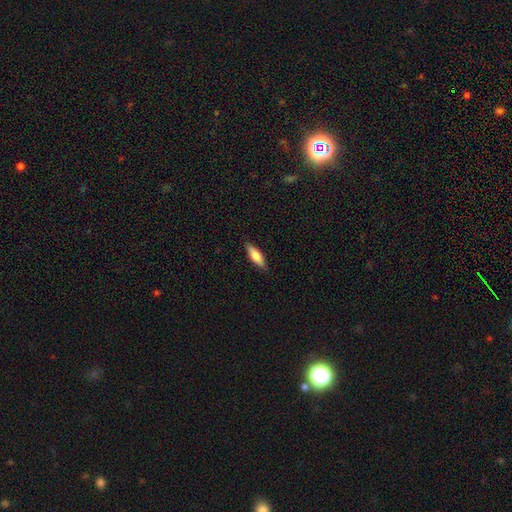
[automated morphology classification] Smooth or featured?
  - smooth: 76% *
  - featured or disk: 18%
  - star or artifact: 6%
How rounded?
  - in between: 55% *
  - cigar-shaped: 43%
  - round: 2%
Merging?
  - none: 87% *
  - minor disturbance: 10%
  - major disturbance: 2%
  - merger: 1%